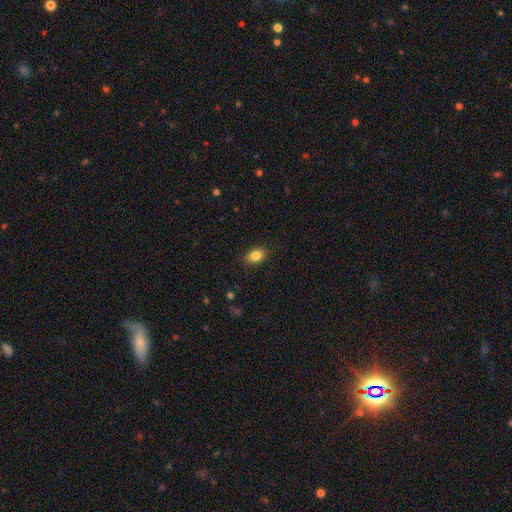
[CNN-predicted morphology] The model was most divided on "how rounded": in between: 79%, round: 20%, cigar-shaped: 1%. More confident: merging — none (88%); smooth or featured — smooth (85%).